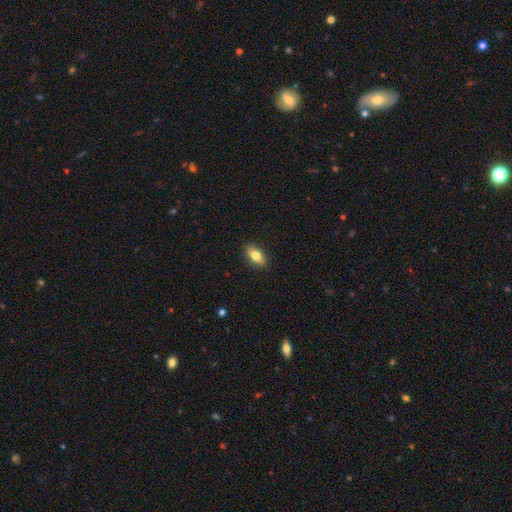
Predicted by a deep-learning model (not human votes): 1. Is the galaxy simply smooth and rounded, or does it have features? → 80% smooth, 12% featured or disk, 8% star or artifact.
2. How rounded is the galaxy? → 87% in between, 8% round, 5% cigar-shaped.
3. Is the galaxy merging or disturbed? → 89% none, 8% minor disturbance, 2% major disturbance, 1% merger.